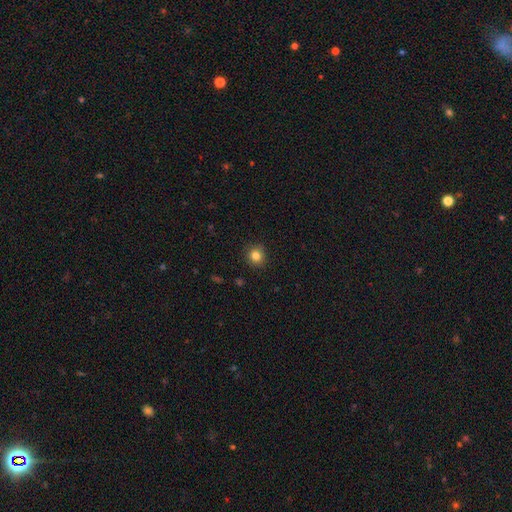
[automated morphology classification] Smooth or featured? Predicted: smooth (p=0.83). How rounded? Predicted: round (p=0.90). Merging? Predicted: none (p=0.91).